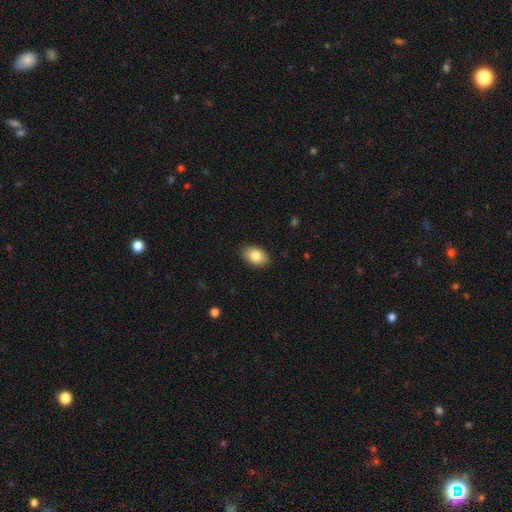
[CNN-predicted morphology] The model was most divided on "how rounded": in between: 87%, round: 12%, cigar-shaped: 1%. More confident: merging — none (88%); smooth or featured — smooth (84%).